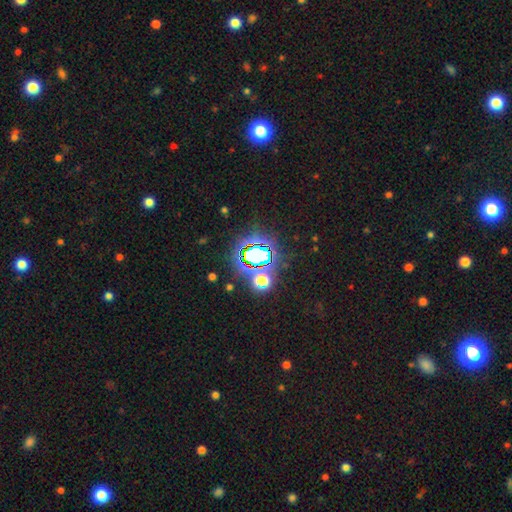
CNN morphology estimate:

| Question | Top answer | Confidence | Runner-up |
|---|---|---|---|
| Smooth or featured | star or artifact | 70% | smooth (19%) |